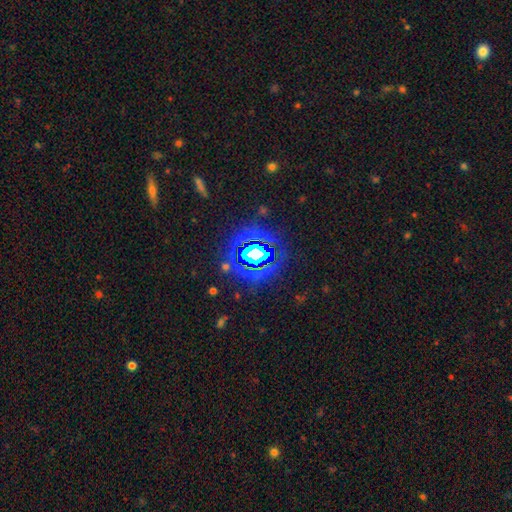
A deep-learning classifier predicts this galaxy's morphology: smooth_or_featured: star or artifact (p=0.78) [alt: smooth p=0.13]